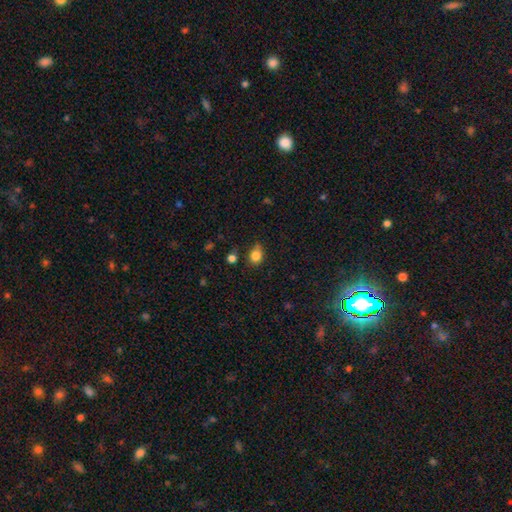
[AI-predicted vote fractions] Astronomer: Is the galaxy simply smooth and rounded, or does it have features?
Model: smooth — 83%.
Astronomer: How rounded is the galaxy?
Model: round — 53% (runner-up: in between, 46%).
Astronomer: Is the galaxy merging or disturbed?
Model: none — 65%.